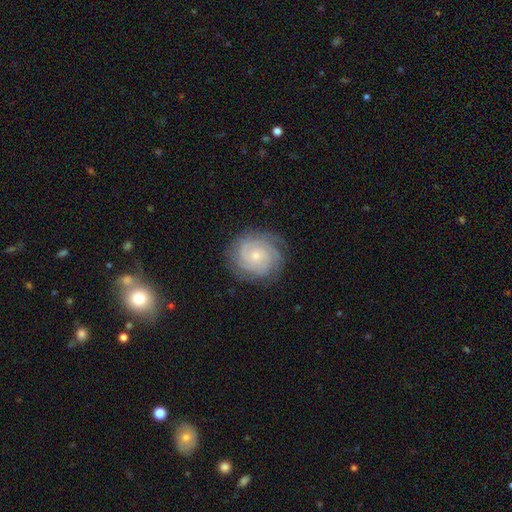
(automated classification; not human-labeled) Smooth or featured?
  - featured or disk: 86% *
  - smooth: 8%
  - star or artifact: 6%
Edge-on disk?
  - no: 98% *
  - yes: 2%
Bar?
  - no: 77% *
  - weak: 20%
  - strong: 4%
Spiral arms?
  - yes: 98% *
  - no: 2%
Spiral winding?
  - tight: 79% *
  - medium: 19%
  - loose: 3%
Spiral arm count?
  - 3: 32% *
  - 4: 19%
  - can't tell: 18%
  - 2: 17%
  - more than 4: 7%
  - 1: 6%
Bulge size?
  - small: 72% *
  - moderate: 24%
  - none: 2%
  - large: 1%
  - dominant: 1%
Merging?
  - none: 83% *
  - minor disturbance: 12%
  - major disturbance: 4%
  - merger: 1%